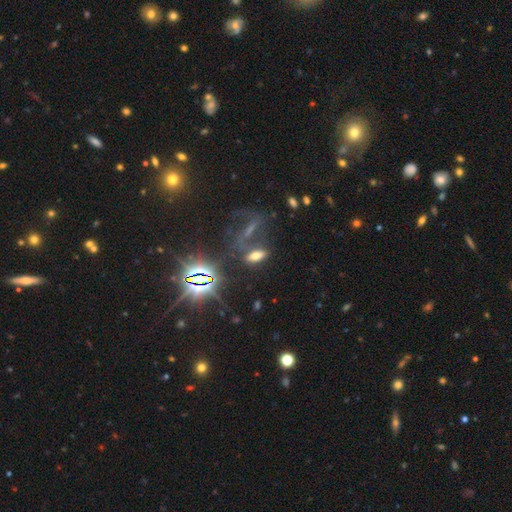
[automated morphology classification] The model was most divided on "smooth or featured": smooth: 51%, star or artifact: 30%, featured or disk: 19%. More confident: how rounded — in between (69%); merging — none (59%).